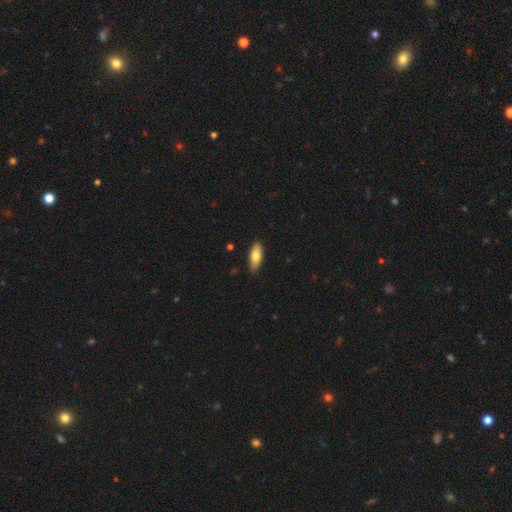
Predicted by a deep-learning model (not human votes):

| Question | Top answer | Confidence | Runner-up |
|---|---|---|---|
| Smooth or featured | smooth | 76% | featured or disk (18%) |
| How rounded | in between | 73% | cigar-shaped (24%) |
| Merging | none | 88% | minor disturbance (9%) |